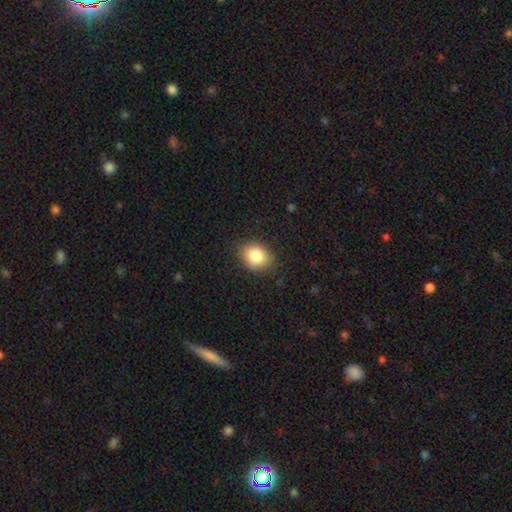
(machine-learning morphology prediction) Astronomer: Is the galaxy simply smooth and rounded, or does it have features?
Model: smooth — 83%.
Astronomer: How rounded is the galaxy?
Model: round — 50% (runner-up: in between, 49%).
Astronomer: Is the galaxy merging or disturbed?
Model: none — 84%.